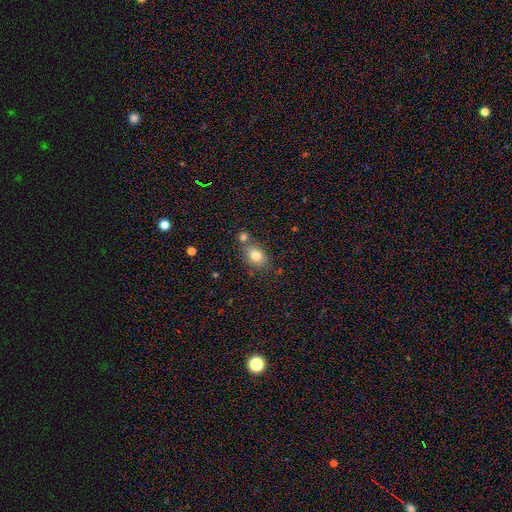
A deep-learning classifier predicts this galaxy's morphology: Overall: smooth (79%). How rounded: in between (72%). Merging: none (60%; merger 23%).